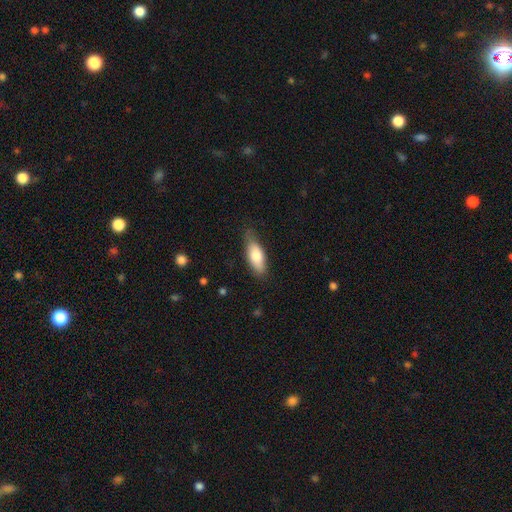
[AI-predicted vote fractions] Smooth or featured? Predicted: smooth (p=0.77). How rounded? Predicted: in between (p=0.75). Merging? Predicted: none (p=0.72).